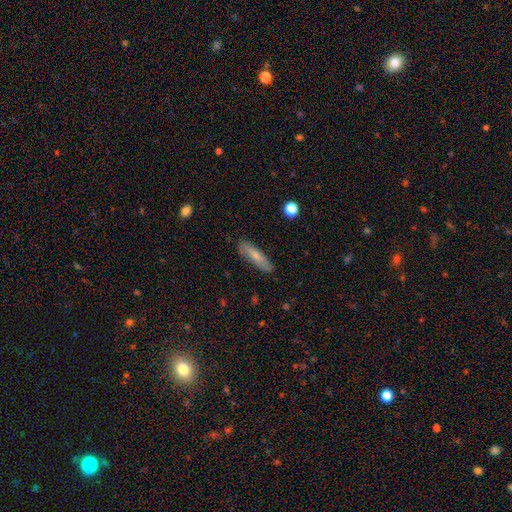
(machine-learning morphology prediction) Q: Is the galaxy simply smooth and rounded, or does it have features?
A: smooth — 67%.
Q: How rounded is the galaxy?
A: cigar-shaped — 69%.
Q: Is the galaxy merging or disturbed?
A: none — 83%.